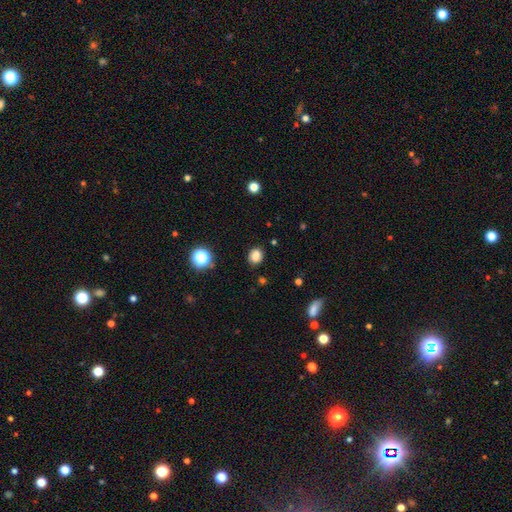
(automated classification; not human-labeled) The model was most divided on "how rounded": round: 63%, in between: 36%, cigar-shaped: 1%. More confident: merging — none (86%); smooth or featured — smooth (82%).